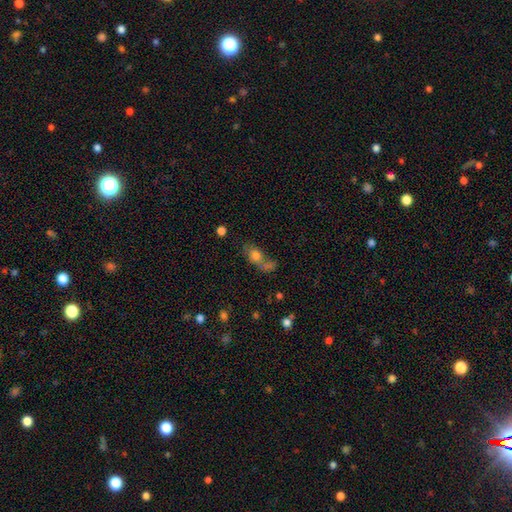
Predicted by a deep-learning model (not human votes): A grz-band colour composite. It shows a smooth galaxy with no disk features (72%) that is in between round and cigar-shaped (66%). Merging: merger (52%).